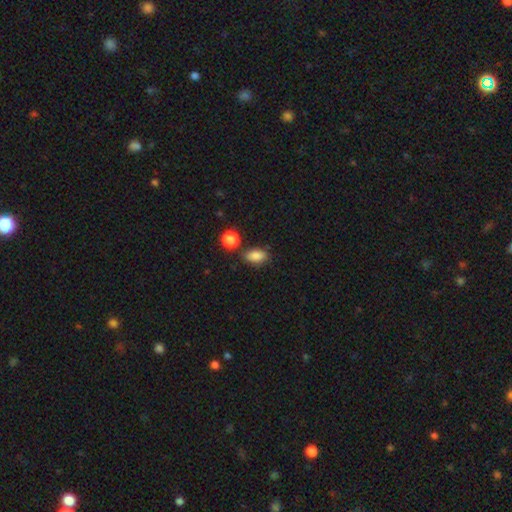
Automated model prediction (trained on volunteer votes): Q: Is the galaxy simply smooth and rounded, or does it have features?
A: smooth — 85%.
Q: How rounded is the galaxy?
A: in between — 86%.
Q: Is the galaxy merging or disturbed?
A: none — 75%.